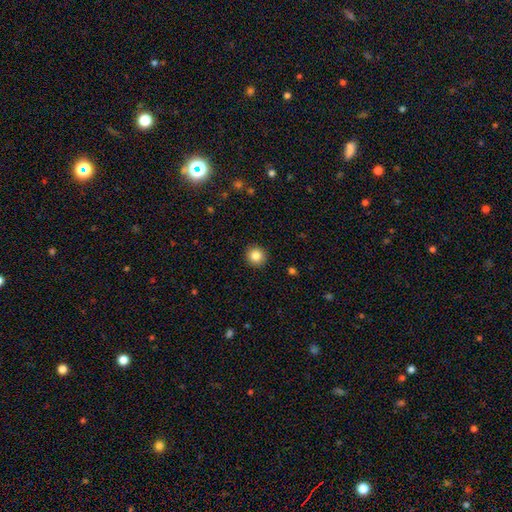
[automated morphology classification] This appears to be a smooth galaxy with no disk features (84%) that is round (94%). Merging: none (93%).